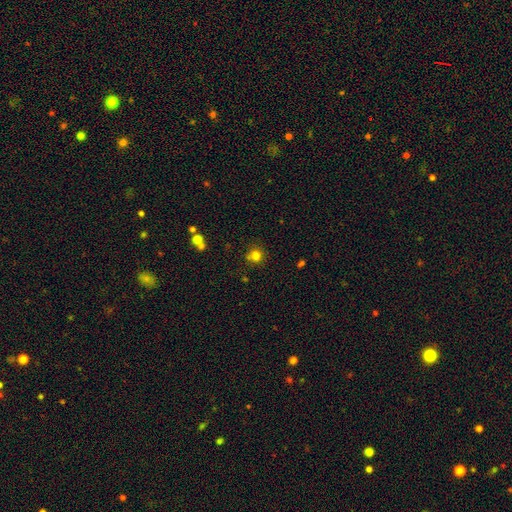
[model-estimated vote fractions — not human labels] This is likely a smooth galaxy (79%). How rounded: clearly round (90%). Merging: likely none (76%).